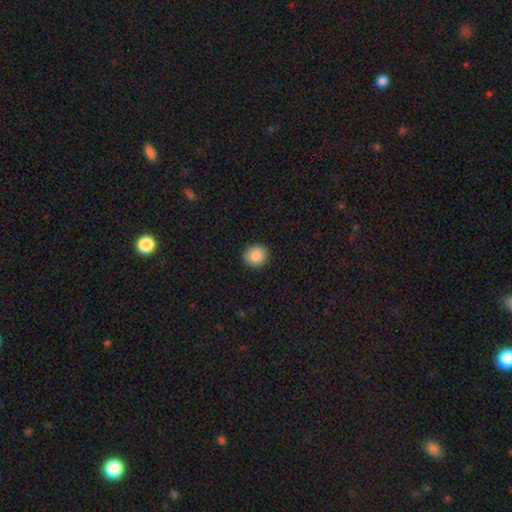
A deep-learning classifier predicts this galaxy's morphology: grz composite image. It shows a smooth galaxy with no disk features (87%) that is round (88%). Merging: none (91%).